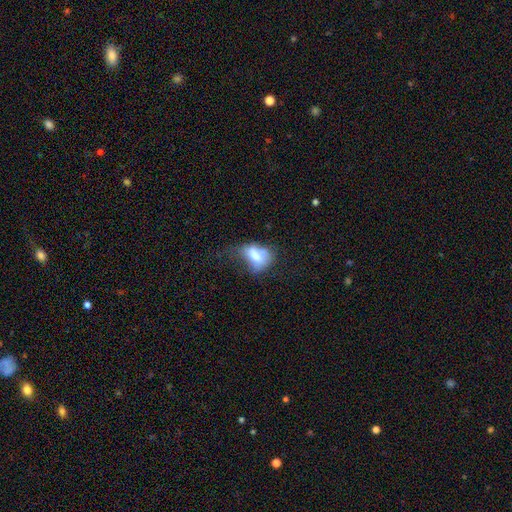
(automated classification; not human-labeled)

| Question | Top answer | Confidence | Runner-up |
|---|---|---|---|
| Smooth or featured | smooth | 62% | featured or disk (28%) |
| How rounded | in between | 79% | round (19%) |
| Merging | major disturbance | 34% | minor disturbance (26%) |